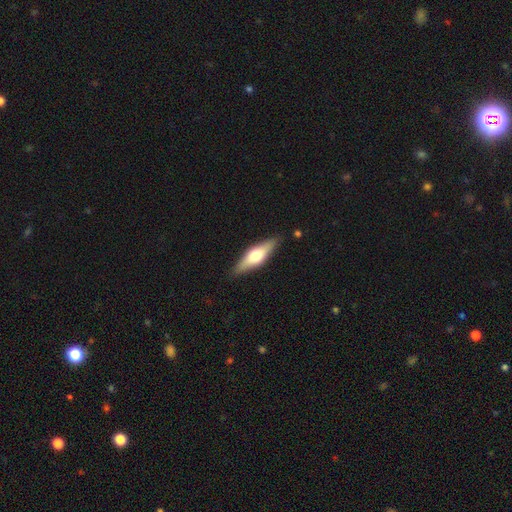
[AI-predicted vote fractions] smooth_or_featured: featured or disk (p=0.53) [alt: smooth p=0.42]
disk_edge_on: yes (p=0.91) [alt: no p=0.09]
merging: none (p=0.87) [alt: minor disturbance p=0.10]